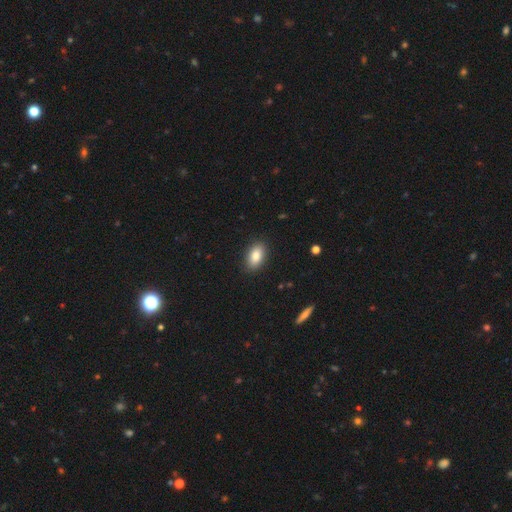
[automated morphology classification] Smooth or featured? Predicted: smooth (p=0.86). How rounded? Predicted: in between (p=0.91). Merging? Predicted: none (p=0.88).